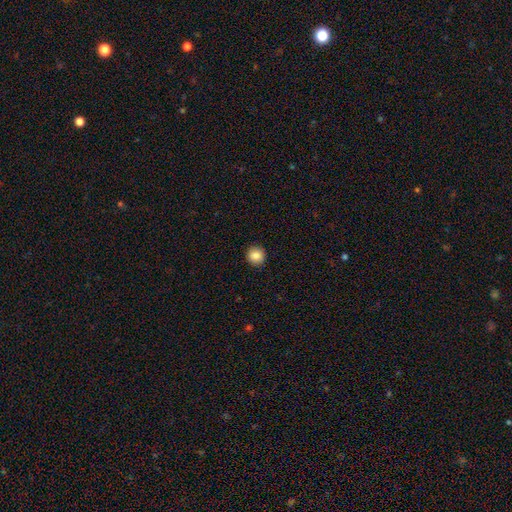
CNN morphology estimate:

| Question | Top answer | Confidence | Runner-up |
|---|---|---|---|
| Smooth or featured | smooth | 86% | star or artifact (9%) |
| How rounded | round | 93% | in between (6%) |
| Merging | none | 92% | minor disturbance (5%) |